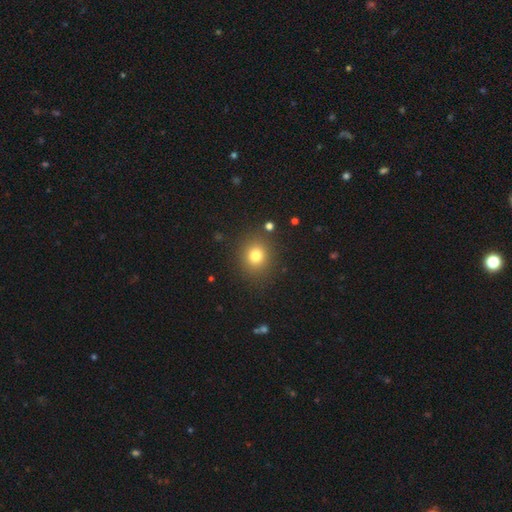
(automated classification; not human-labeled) smooth 78%, star or artifact 14%, featured or disk 8%. Down the decision tree: how rounded — round (80%); merging — none (87%).